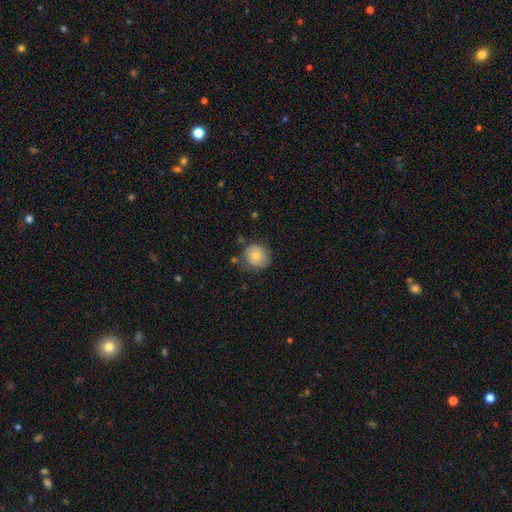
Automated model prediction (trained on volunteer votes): smooth_or_featured: smooth (p=0.72) [alt: featured or disk p=0.20]
how_rounded: round (p=0.86) [alt: in between p=0.13]
merging: none (p=0.69) [alt: minor disturbance p=0.22]